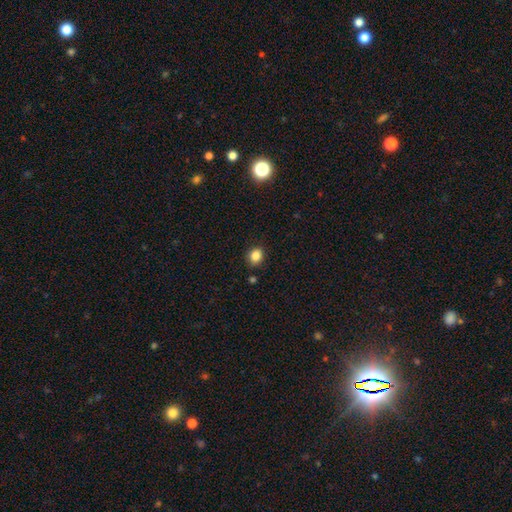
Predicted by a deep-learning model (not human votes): smooth-or-featured: smooth: 85% | star or artifact: 11% | featured or disk: 5%
  how-rounded: round: 62% | in between: 37% | cigar-shaped: 1%
  merging: none: 87% | minor disturbance: 9% | major disturbance: 2% | merger: 2%